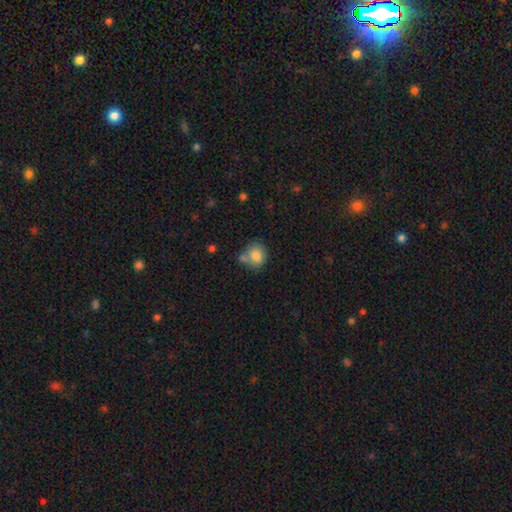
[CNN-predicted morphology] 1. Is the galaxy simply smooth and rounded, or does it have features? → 81% smooth, 10% featured or disk, 9% star or artifact.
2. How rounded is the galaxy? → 72% round, 27% in between, 1% cigar-shaped.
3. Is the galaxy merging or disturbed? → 54% none, 26% merger, 15% minor disturbance, 4% major disturbance.